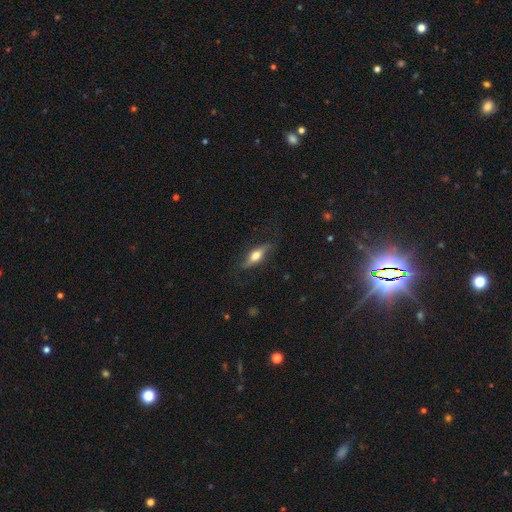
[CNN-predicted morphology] Smooth or featured? smooth (53%)
How rounded? in between (56%)
Merging? none (74%)